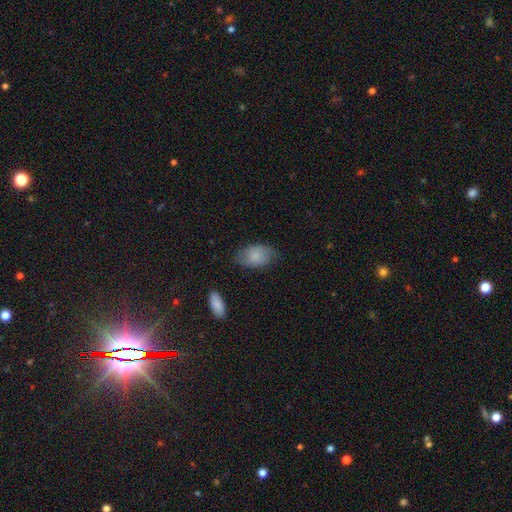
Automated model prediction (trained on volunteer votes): smooth_or_featured: smooth (p=0.82) [alt: featured or disk p=0.12]
how_rounded: in between (p=0.91) [alt: round p=0.07]
merging: none (p=0.72) [alt: minor disturbance p=0.21]